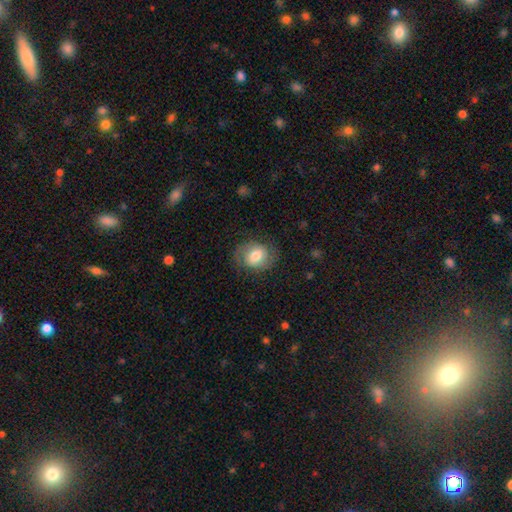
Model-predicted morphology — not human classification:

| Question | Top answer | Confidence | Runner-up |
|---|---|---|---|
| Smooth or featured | smooth | 64% | featured or disk (29%) |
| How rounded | in between | 52% | round (48%) |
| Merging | none | 75% | minor disturbance (16%) |